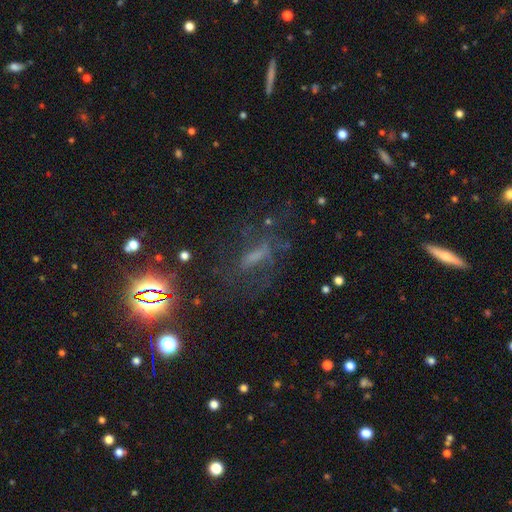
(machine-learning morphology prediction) smooth-or-featured: featured or disk: 37% | star or artifact: 35% | smooth: 28%
  merging: none: 58% | major disturbance: 21% | minor disturbance: 18% | merger: 3%